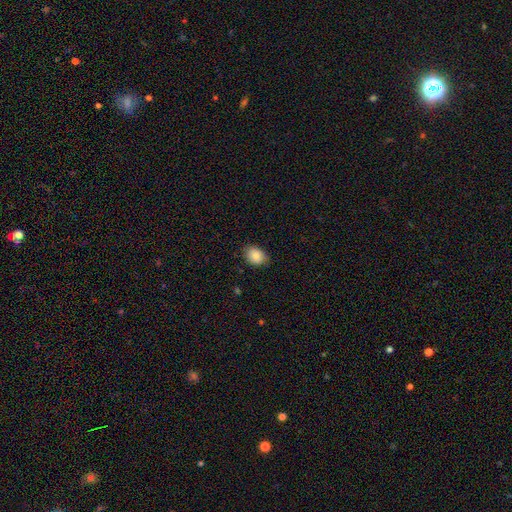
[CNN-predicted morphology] smooth_or_featured: smooth (p=0.85) [alt: star or artifact p=0.08]
how_rounded: in between (p=0.66) [alt: round p=0.33]
merging: none (p=0.79) [alt: minor disturbance p=0.17]